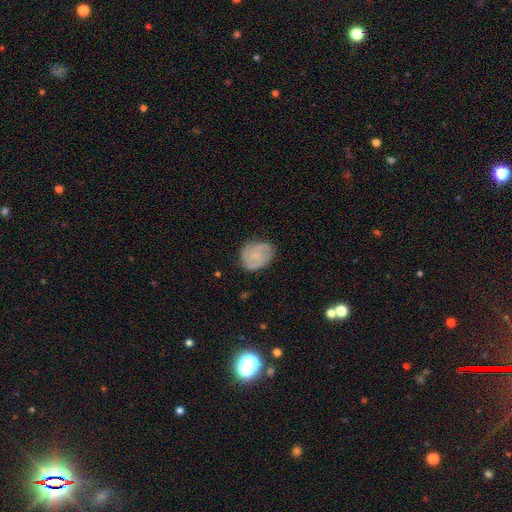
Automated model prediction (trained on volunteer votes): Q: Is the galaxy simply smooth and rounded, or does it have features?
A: featured or disk — 57%.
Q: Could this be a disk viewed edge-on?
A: no — 98%.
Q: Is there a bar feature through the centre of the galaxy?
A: no — 70%.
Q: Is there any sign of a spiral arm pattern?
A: yes — 91%.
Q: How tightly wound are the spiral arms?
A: medium — 43%, tied with tight.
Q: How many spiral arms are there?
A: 2 — 37%.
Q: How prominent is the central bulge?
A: small — 50%.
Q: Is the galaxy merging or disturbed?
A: none — 75%.